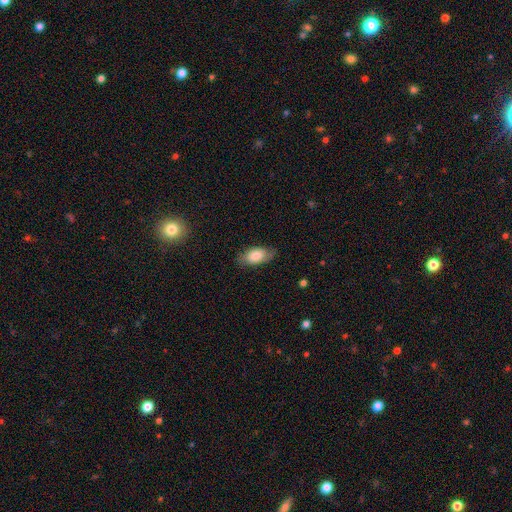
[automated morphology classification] This appears to be a smooth galaxy with no disk features (78%) that is in between round and cigar-shaped (91%). Merging: none (75%).